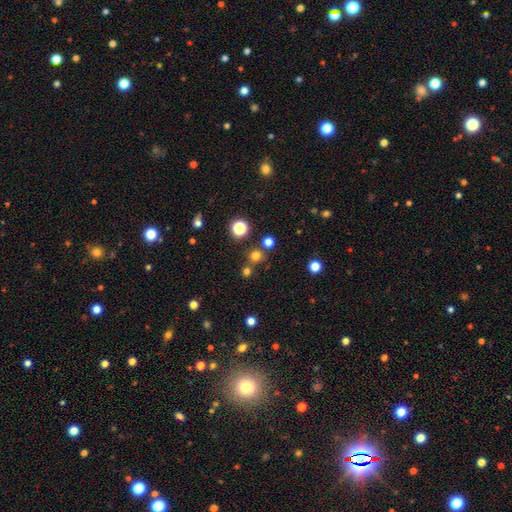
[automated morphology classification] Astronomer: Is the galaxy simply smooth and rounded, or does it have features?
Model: smooth — 68%.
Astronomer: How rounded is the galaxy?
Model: round — 92%.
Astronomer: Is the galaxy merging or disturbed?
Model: none — 75%.